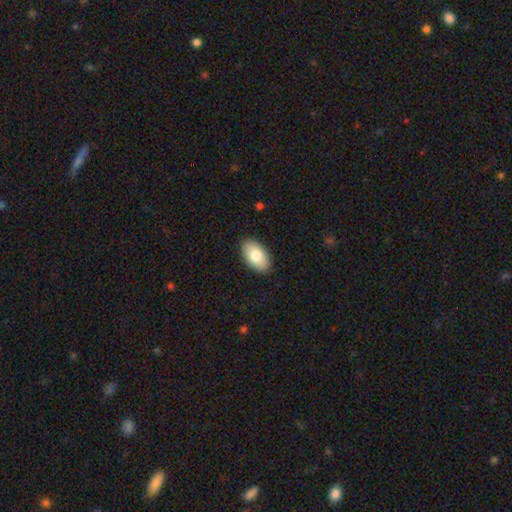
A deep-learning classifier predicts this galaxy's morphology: Smooth or featured: smooth — 82% (featured or disk — 12%)
How rounded: in between — 95% (round — 3%)
Merging: none — 89% (minor disturbance — 8%)